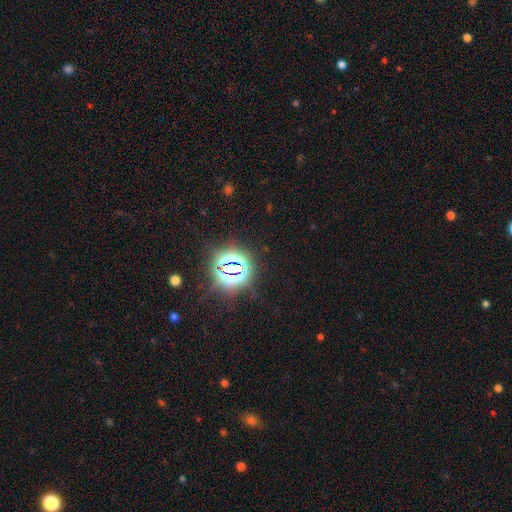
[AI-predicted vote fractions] smooth_or_featured: star or artifact (p=0.82) [alt: smooth p=0.12]